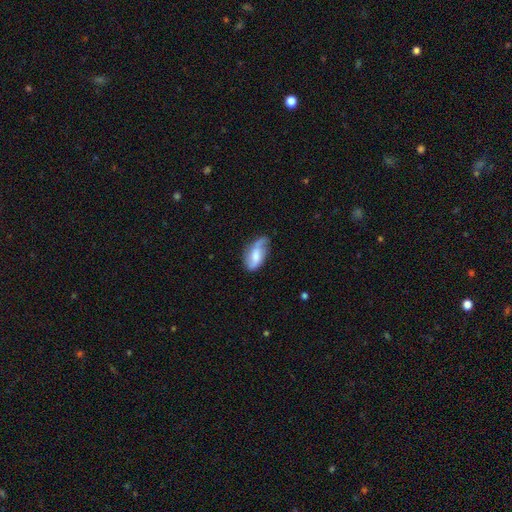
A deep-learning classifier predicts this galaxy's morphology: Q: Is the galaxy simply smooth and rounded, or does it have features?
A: featured or disk — 48%.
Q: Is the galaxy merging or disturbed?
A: none — 44%.